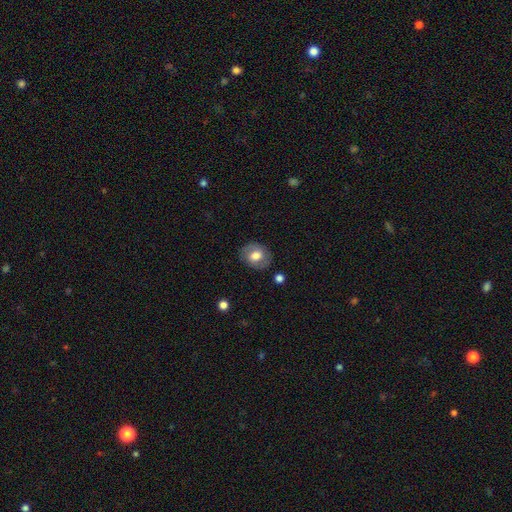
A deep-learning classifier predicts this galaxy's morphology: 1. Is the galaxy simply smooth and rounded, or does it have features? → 62% smooth, 30% featured or disk, 7% star or artifact.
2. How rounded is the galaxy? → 52% round, 47% in between, 1% cigar-shaped.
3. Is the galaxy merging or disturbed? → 82% none, 13% minor disturbance, 4% major disturbance, 1% merger.